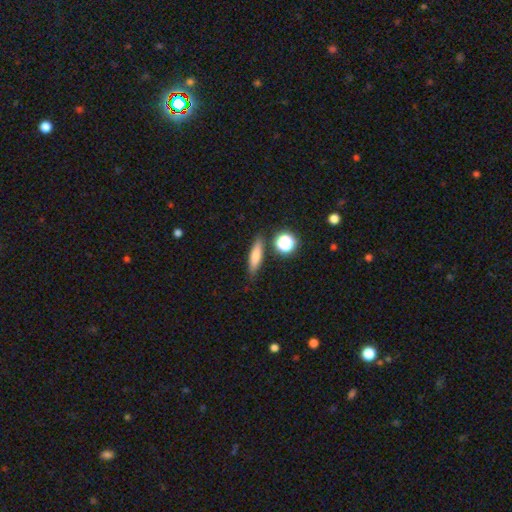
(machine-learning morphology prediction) type=smooth (72%); roundness=cigar-shaped (68%); merging=none (82%).